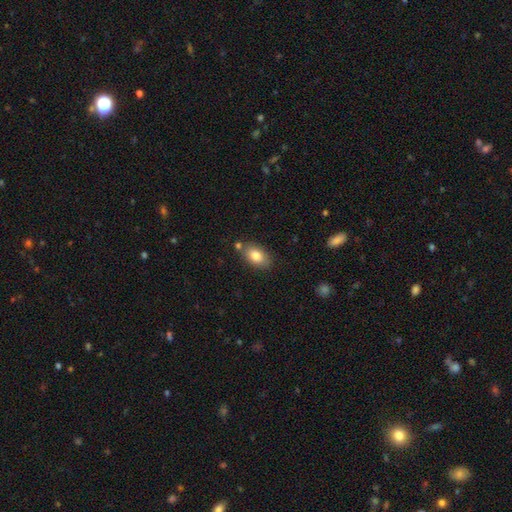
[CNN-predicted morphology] A smooth galaxy with no disk features (81%) that is in between round and cigar-shaped (89%).

Vote fractions:
- Smooth or featured? smooth: 81% / featured or disk: 11% / star or artifact: 8%
- How rounded? in between: 89% / round: 9% / cigar-shaped: 2%
- Merging? none: 77% / minor disturbance: 13% / merger: 7% / major disturbance: 3%